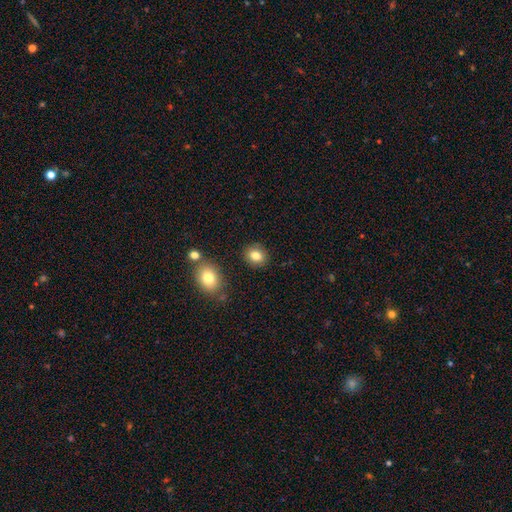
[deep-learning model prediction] Smooth or featured? smooth (82%)
How rounded? round (68%)
Merging? none (87%)